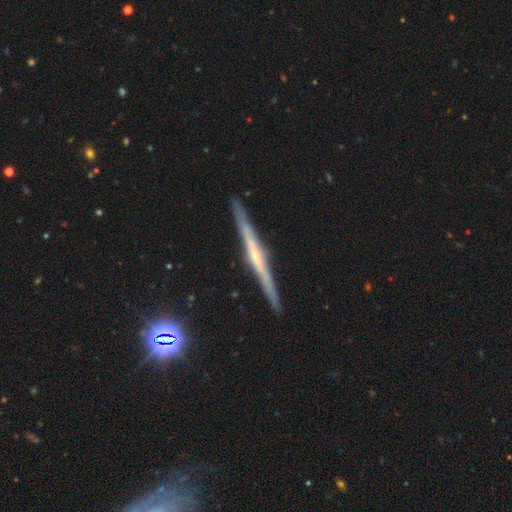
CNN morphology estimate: Smooth or featured? featured or disk (77%)
Edge-on disk? yes (98%)
Edge-on bulge? rounded (54%)
Merging? none (91%)